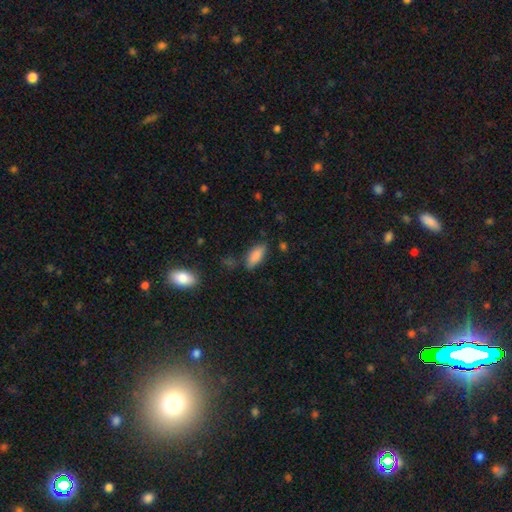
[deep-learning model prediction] A smooth galaxy with no disk features (83%) that is in between round and cigar-shaped (75%).

Vote fractions:
- Smooth or featured? smooth: 83% / featured or disk: 10% / star or artifact: 8%
- How rounded? in between: 75% / cigar-shaped: 23% / round: 2%
- Merging? none: 73% / minor disturbance: 19% / major disturbance: 5% / merger: 3%